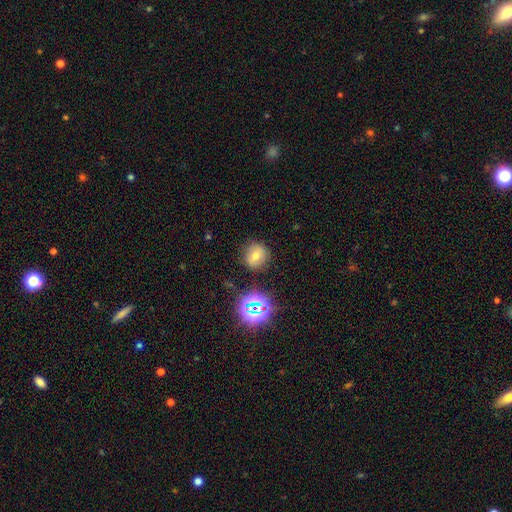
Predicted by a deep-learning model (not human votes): The model was most divided on "smooth or featured": smooth: 56%, star or artifact: 25%, featured or disk: 19%. More confident: how rounded — round (89%); merging — none (85%).